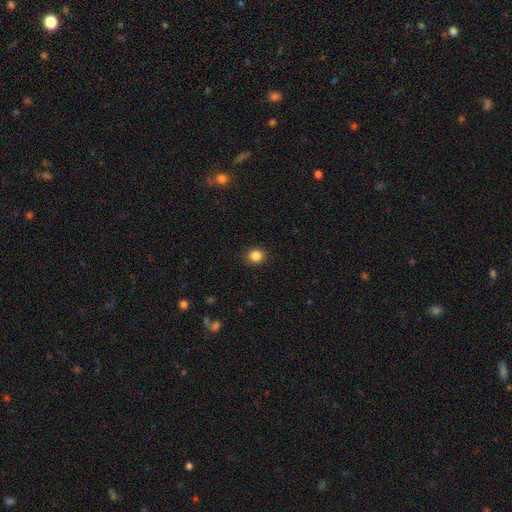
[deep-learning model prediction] This is clearly a smooth galaxy (85%). How rounded: clearly round (81%). Merging: clearly none (91%).